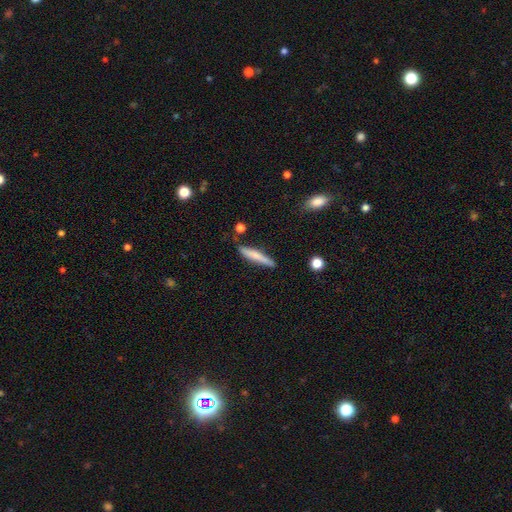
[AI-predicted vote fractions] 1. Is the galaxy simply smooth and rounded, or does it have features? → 66% smooth, 28% featured or disk, 6% star or artifact.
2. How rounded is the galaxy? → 91% cigar-shaped, 7% in between, 1% round.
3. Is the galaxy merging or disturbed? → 78% none, 15% minor disturbance, 4% merger, 3% major disturbance.